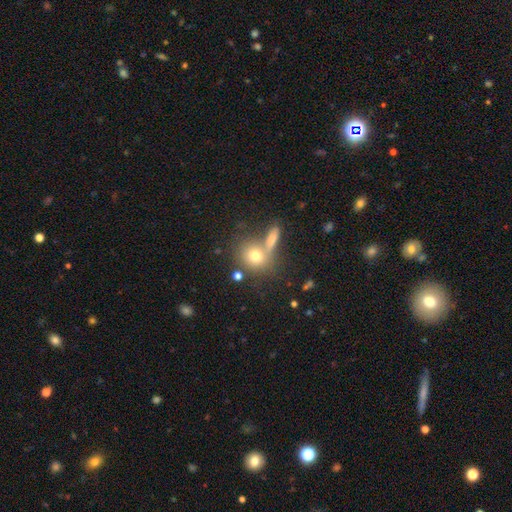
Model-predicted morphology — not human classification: A smooth galaxy with no disk features (72%) that is round (79%). Merging: none (56%).